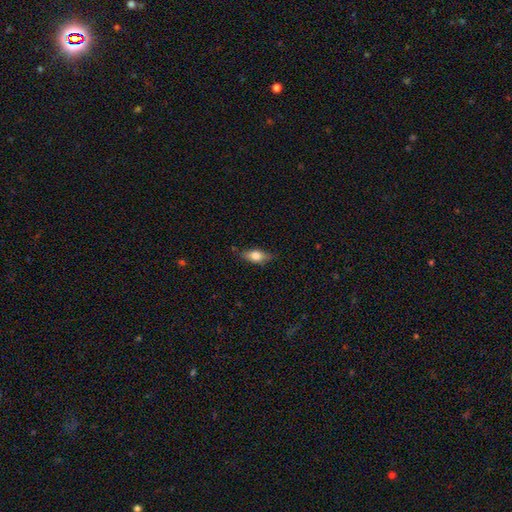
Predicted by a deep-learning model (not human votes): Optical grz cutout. It shows a smooth galaxy with no disk features (67%) that is in between round and cigar-shaped (77%). Merging: none (77%).